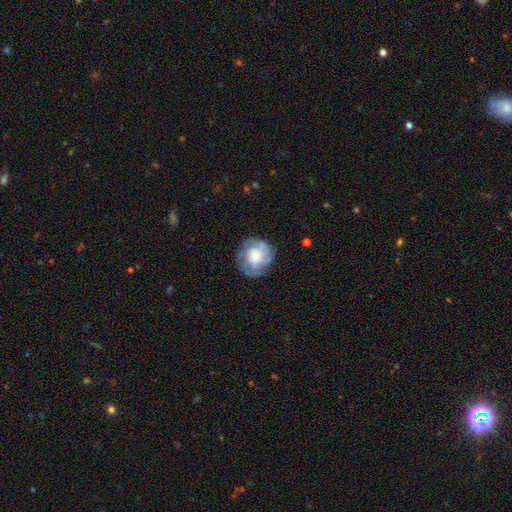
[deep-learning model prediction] featured or disk 59%, smooth 33%, star or artifact 8%. Down the decision tree: edge-on disk — no (98%); bar — no (78%); spiral arms — yes (77%); bulge size — moderate (34%); merging — none (72%).